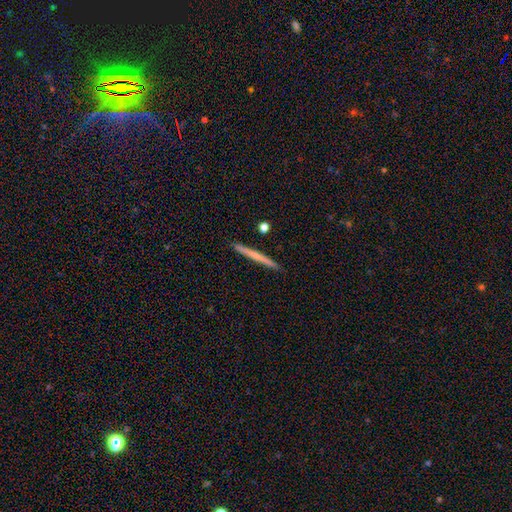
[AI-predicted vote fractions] Overall: smooth (58%; featured or disk 37%). How rounded: cigar-shaped (97%). Merging: none (92%).